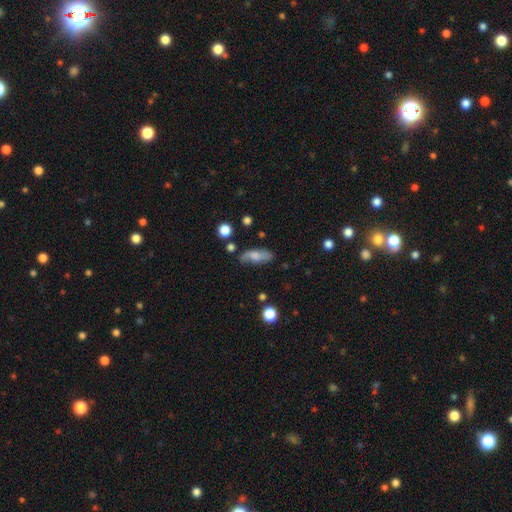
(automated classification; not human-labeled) This is likely a smooth galaxy (60%). How rounded: likely in between (69%). Merging: likely none (65%).